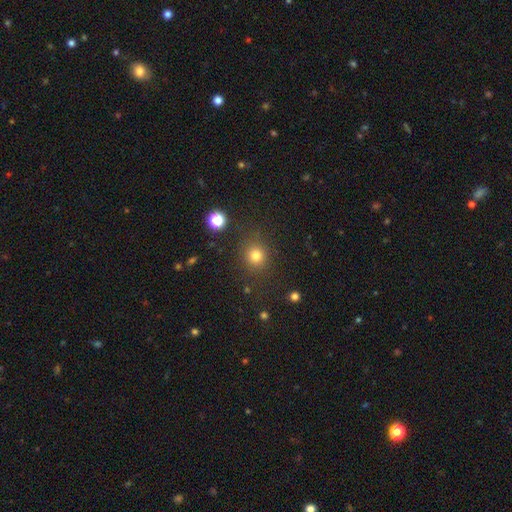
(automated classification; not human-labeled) A smooth galaxy with no disk features (78%) that is round (87%).

Vote fractions:
- Smooth or featured? smooth: 78% / star or artifact: 16% / featured or disk: 6%
- How rounded? round: 87% / in between: 12% / cigar-shaped: 1%
- Merging? none: 84% / minor disturbance: 9% / major disturbance: 4% / merger: 3%